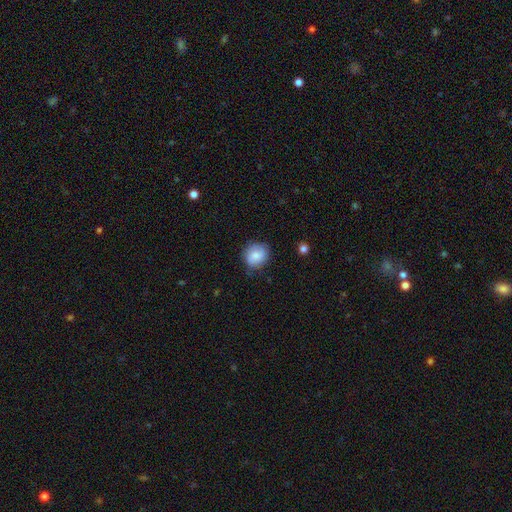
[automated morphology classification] smooth-or-featured: smooth: 79% | featured or disk: 13% | star or artifact: 8%
  how-rounded: round: 74% | in between: 25% | cigar-shaped: 1%
  merging: none: 74% | minor disturbance: 20% | major disturbance: 4% | merger: 1%